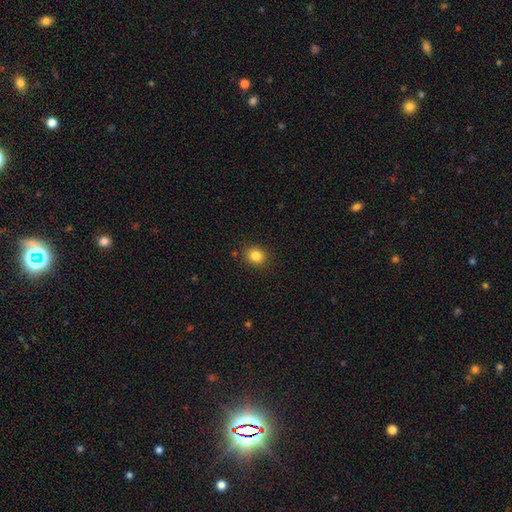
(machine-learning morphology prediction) Q: Smooth or featured?
A: smooth (84%); runner-up: star or artifact (11%)
Q: How rounded?
A: round (73%); runner-up: in between (26%)
Q: Merging?
A: none (88%); runner-up: minor disturbance (8%)